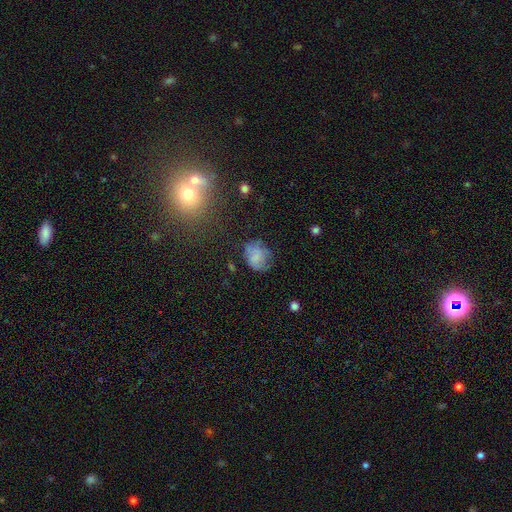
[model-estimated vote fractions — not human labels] Smooth or featured? Predicted: smooth (p=0.64). How rounded? Predicted: round (p=0.52). Merging? Predicted: none (p=0.53).